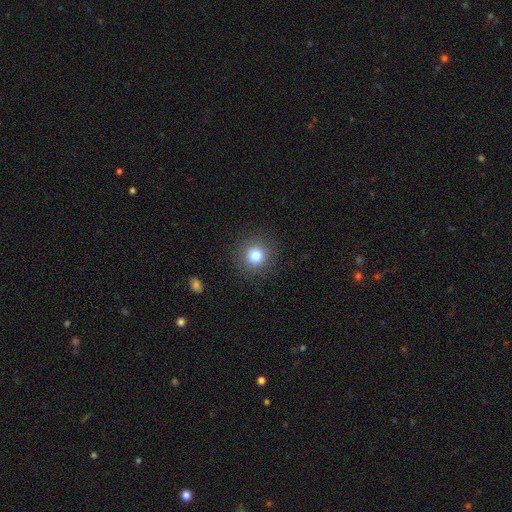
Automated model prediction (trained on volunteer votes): The model was most divided on "smooth or featured": smooth: 81%, star or artifact: 11%, featured or disk: 7%. More confident: how rounded — round (92%); merging — none (89%).